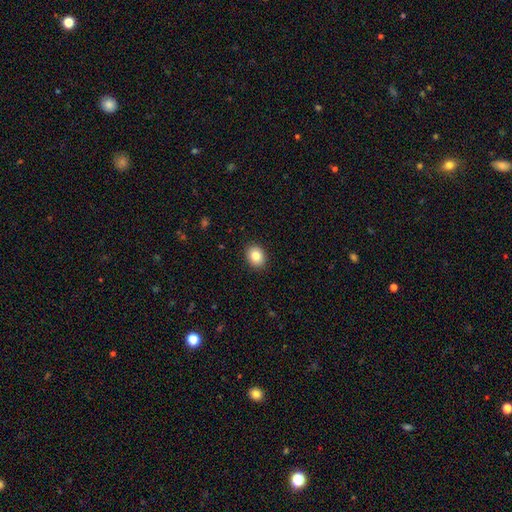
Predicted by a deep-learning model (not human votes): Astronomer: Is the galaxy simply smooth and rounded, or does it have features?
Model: smooth — 84%.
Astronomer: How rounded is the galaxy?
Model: in between — 50% (runner-up: round, 49%).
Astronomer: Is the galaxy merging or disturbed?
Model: none — 91%.